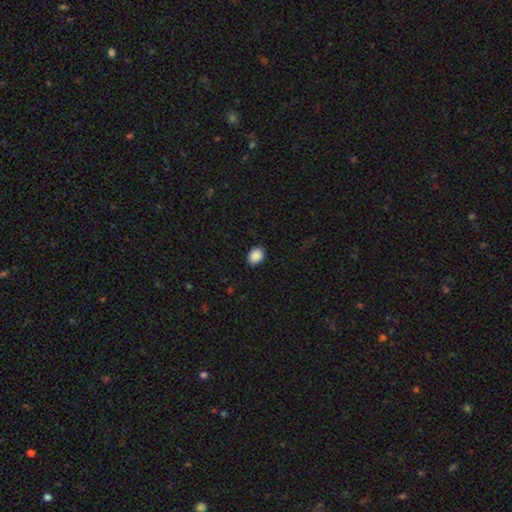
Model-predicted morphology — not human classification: This is clearly a smooth galaxy (90%). How rounded: possibly in between (58%). Merging: clearly none (89%).